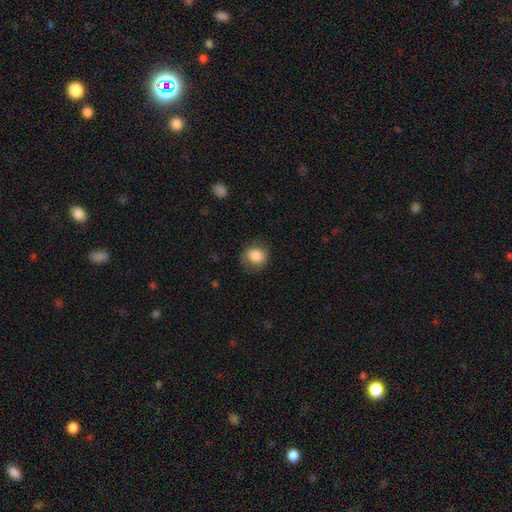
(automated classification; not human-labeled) The model was most divided on "how rounded": round: 72%, in between: 27%, cigar-shaped: 1%. More confident: smooth or featured — smooth (83%); merging — none (74%).